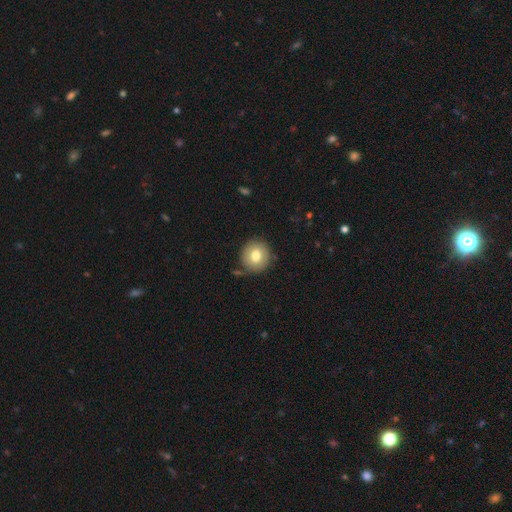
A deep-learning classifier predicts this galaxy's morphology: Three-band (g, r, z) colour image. It shows a smooth galaxy with no disk features (75%) that is round (91%). Merging: none (82%).